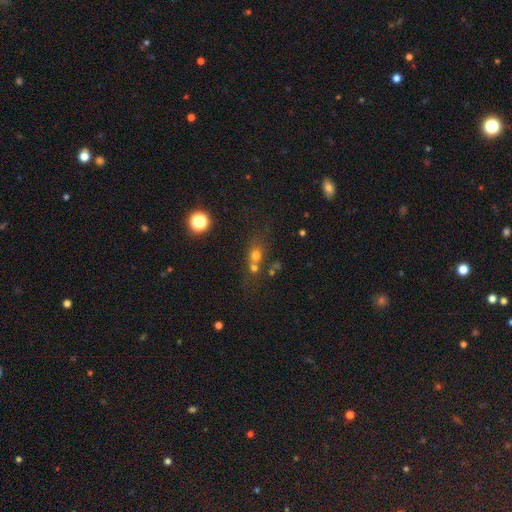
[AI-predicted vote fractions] The model was most divided on "merging": merger: 46%, none: 38%, minor disturbance: 9%, major disturbance: 6%. More confident: how rounded — round (72%); smooth or featured — smooth (64%).